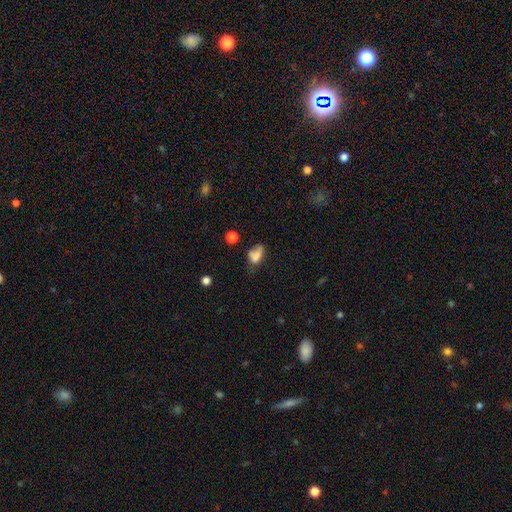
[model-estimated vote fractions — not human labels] This is likely a smooth galaxy (76%). How rounded: clearly in between (82%). Merging: marginally minor disturbance (36%, tied with none).